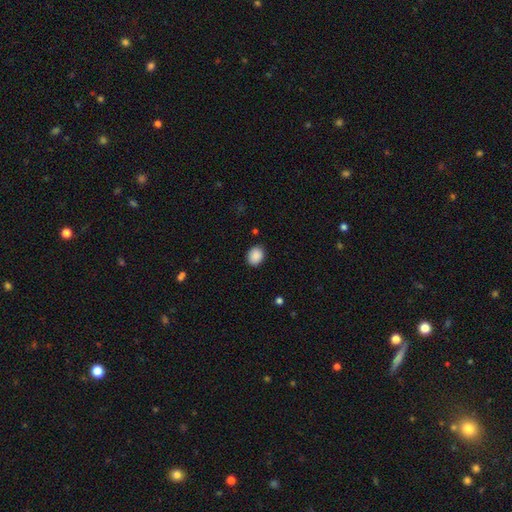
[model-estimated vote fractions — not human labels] Overall: smooth (89%). How rounded: in between (53%; round 46%). Merging: none (88%).